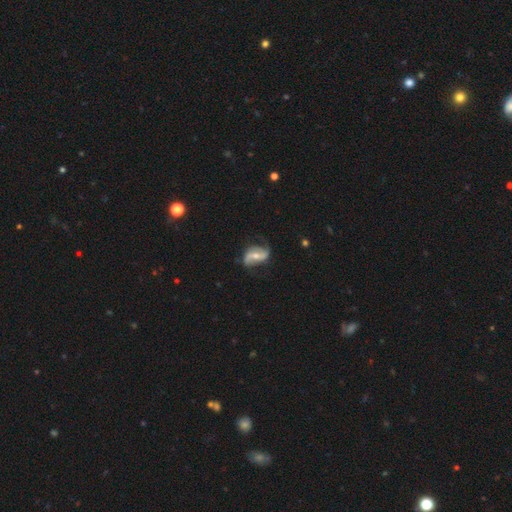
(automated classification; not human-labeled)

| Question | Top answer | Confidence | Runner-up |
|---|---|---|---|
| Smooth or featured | featured or disk | 85% | smooth (10%) |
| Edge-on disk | no | 97% | yes (3%) |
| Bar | weak | 39% | strong (33%) |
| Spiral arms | yes | 95% | no (5%) |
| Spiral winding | loose | 62% | medium (28%) |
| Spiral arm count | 2 | 90% | can't tell (3%) |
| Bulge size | moderate | 58% | small (36%) |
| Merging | none | 69% | minor disturbance (20%) |